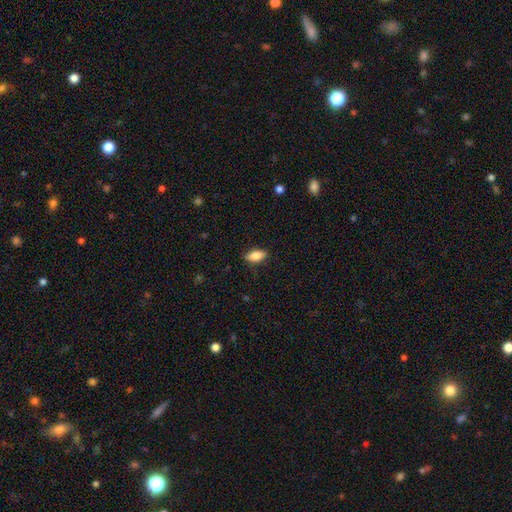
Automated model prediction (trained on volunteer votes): smooth 84%, featured or disk 9%, star or artifact 7%. Down the decision tree: how rounded — in between (88%); merging — none (86%).